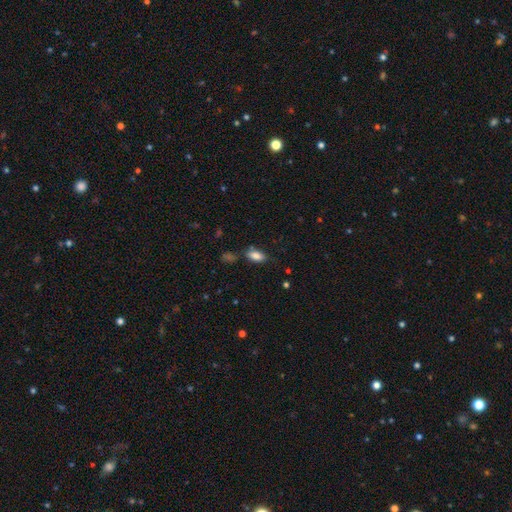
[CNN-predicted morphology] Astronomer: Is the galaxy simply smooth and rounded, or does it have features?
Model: smooth — 83%.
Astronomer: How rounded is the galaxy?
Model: in between — 88%.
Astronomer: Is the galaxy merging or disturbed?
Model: none — 68%.